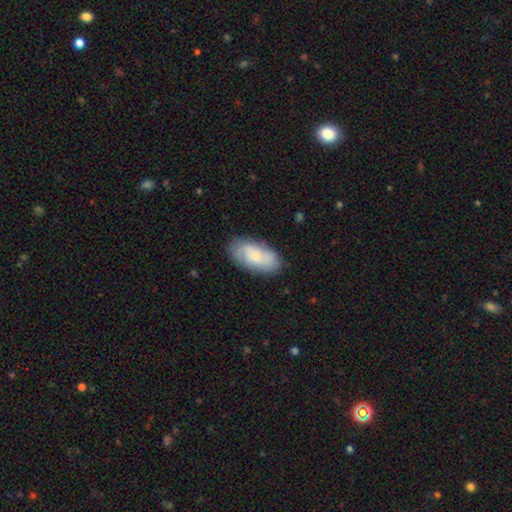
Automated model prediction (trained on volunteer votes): Morphology: type=smooth (57%); roundness=in between (92%); merging=none (79%).